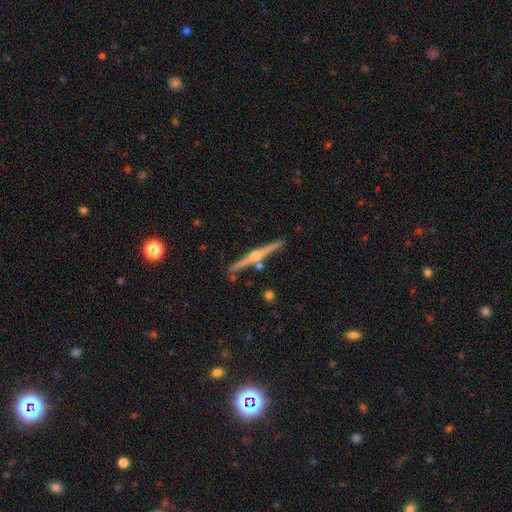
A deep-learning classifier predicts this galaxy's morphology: A featured or disk galaxy (80%) viewed edge-on (98%) with a rounded central bulge (91%). Merging: none (86%).